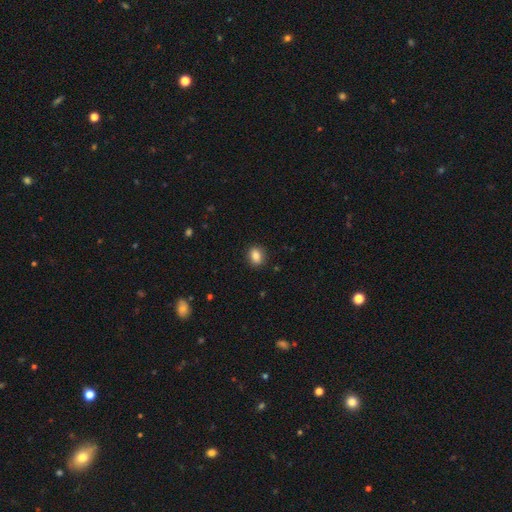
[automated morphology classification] smooth_or_featured: smooth (p=0.83) [alt: star or artifact p=0.09]
how_rounded: in between (p=0.57) [alt: round p=0.42]
merging: none (p=0.88) [alt: minor disturbance p=0.08]